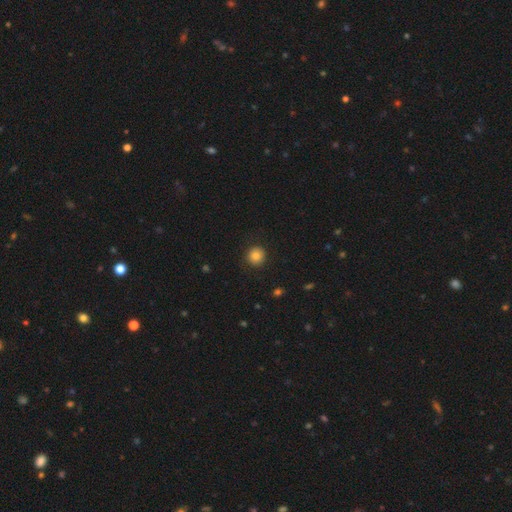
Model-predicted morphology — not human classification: The model was most divided on "smooth or featured": smooth: 82%, star or artifact: 11%, featured or disk: 7%. More confident: how rounded — round (91%); merging — none (89%).